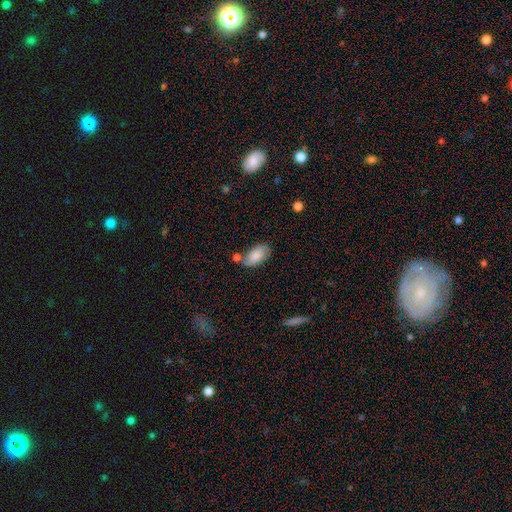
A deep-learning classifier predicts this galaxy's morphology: Smooth or featured?
  - smooth: 78% *
  - featured or disk: 15%
  - star or artifact: 7%
How rounded?
  - in between: 94% *
  - round: 4%
  - cigar-shaped: 2%
Merging?
  - none: 51% *
  - minor disturbance: 22%
  - merger: 19%
  - major disturbance: 7%